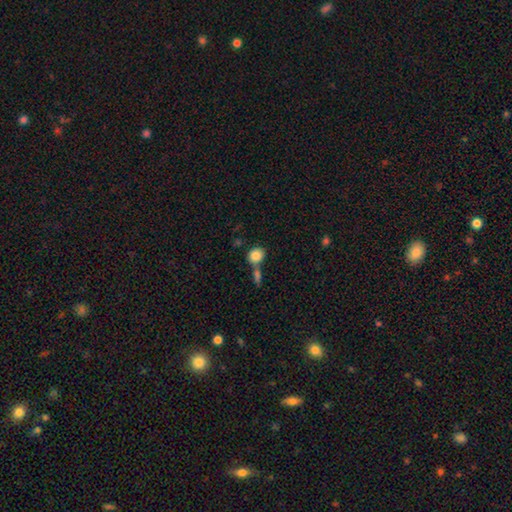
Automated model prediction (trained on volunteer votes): Smooth or featured: smooth — 86% (star or artifact — 8%)
How rounded: round — 64% (in between — 34%)
Merging: none — 53% (merger — 32%)